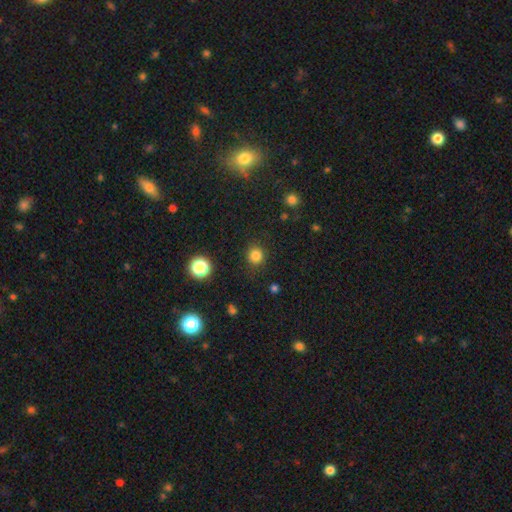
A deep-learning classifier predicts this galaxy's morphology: Overall: smooth (81%). How rounded: round (91%). Merging: none (88%).